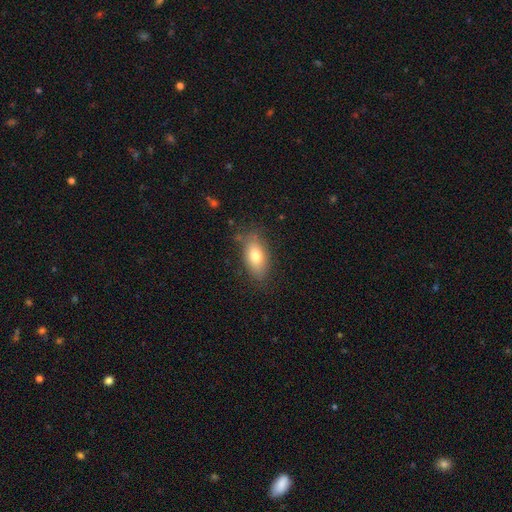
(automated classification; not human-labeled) Q: Smooth or featured?
A: smooth (76%); runner-up: featured or disk (16%)
Q: How rounded?
A: in between (88%); runner-up: round (6%)
Q: Merging?
A: none (79%); runner-up: minor disturbance (16%)